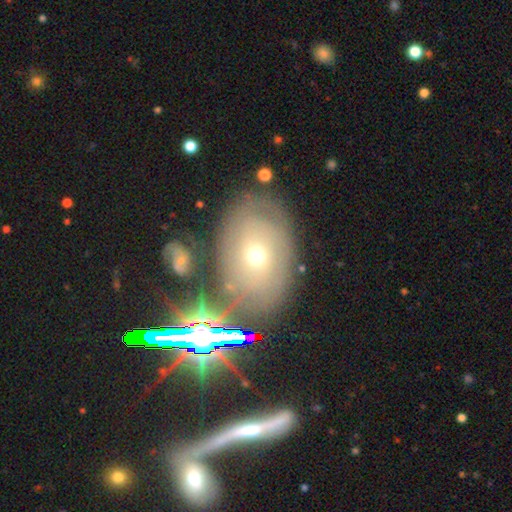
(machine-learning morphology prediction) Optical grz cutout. It shows a smooth galaxy with no disk features (43%). Merging: none (70%).